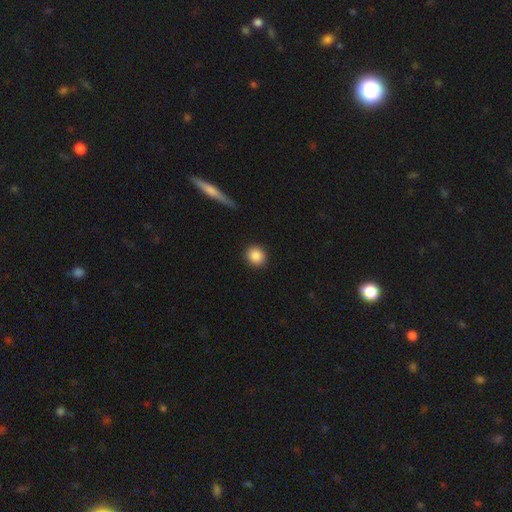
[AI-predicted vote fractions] The model was most divided on "smooth or featured": smooth: 88%, star or artifact: 8%, featured or disk: 4%. More confident: merging — none (92%); how rounded — round (90%).